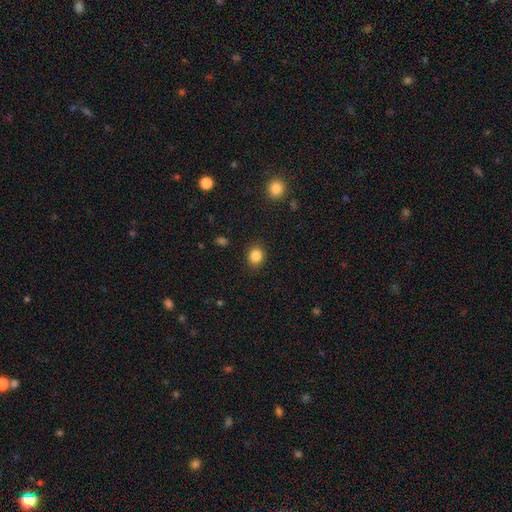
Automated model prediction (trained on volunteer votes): Q: Smooth or featured?
A: smooth (85%); runner-up: star or artifact (10%)
Q: How rounded?
A: round (70%); runner-up: in between (29%)
Q: Merging?
A: none (88%); runner-up: minor disturbance (8%)